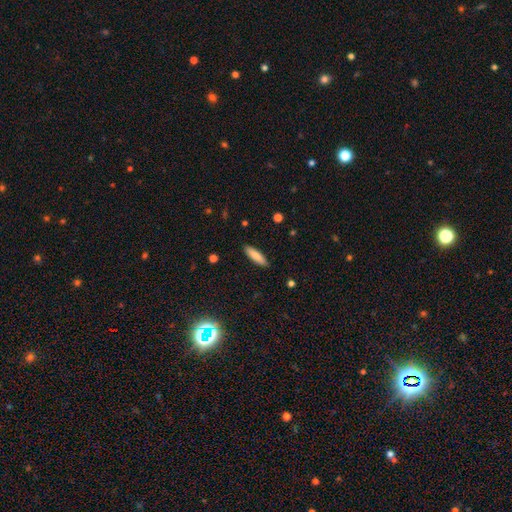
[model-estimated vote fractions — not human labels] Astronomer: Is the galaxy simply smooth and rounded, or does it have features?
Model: smooth — 82%.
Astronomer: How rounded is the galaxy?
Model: cigar-shaped — 66%.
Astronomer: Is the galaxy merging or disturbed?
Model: none — 89%.